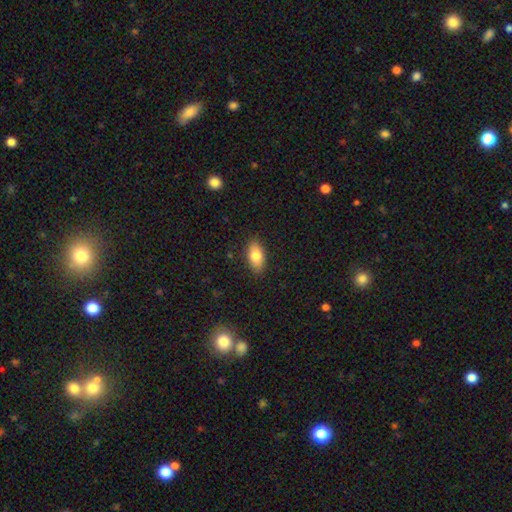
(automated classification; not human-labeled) Morphology: type=smooth (80%); roundness=in between (89%); merging=none (87%).